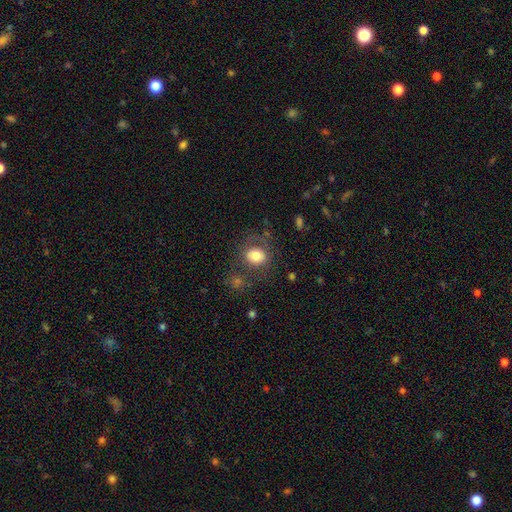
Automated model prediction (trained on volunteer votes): Smooth or featured? Predicted: smooth (p=0.77). How rounded? Predicted: round (p=0.59). Merging? Predicted: none (p=0.68).